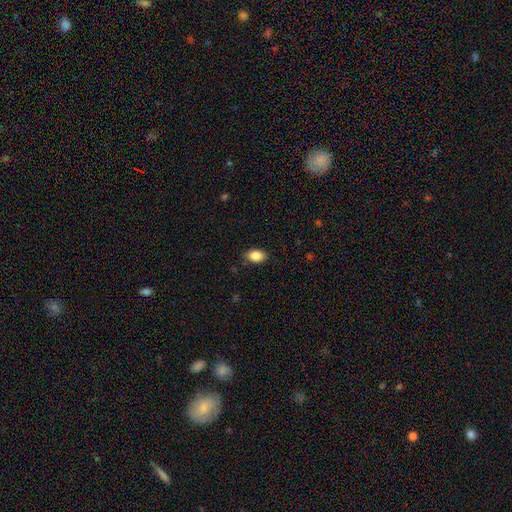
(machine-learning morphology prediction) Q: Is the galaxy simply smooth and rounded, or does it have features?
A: smooth — 86%.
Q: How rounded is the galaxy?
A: in between — 89%.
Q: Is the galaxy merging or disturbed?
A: none — 85%.